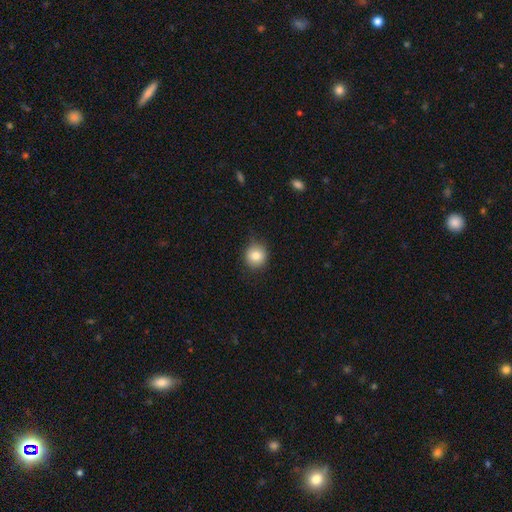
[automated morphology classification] This is clearly a smooth galaxy (82%). How rounded: clearly round (90%). Merging: clearly none (83%).